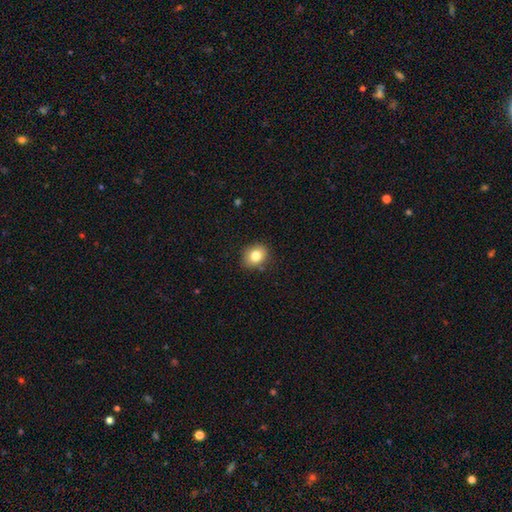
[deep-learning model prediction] This is clearly a smooth galaxy (80%). How rounded: possibly round (54%). Merging: clearly none (85%).